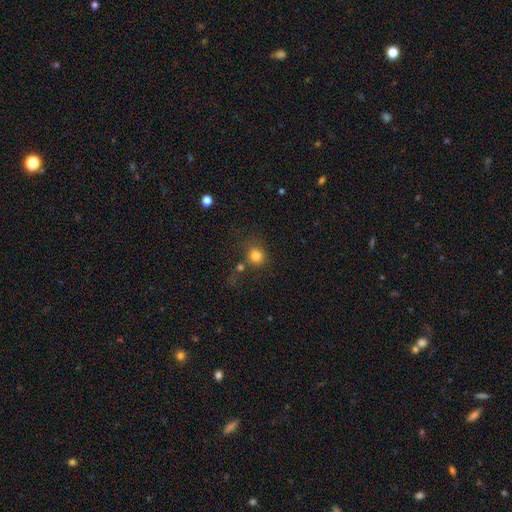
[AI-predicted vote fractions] Morphology: type=smooth (81%); roundness=round (87%); merging=none (65%).